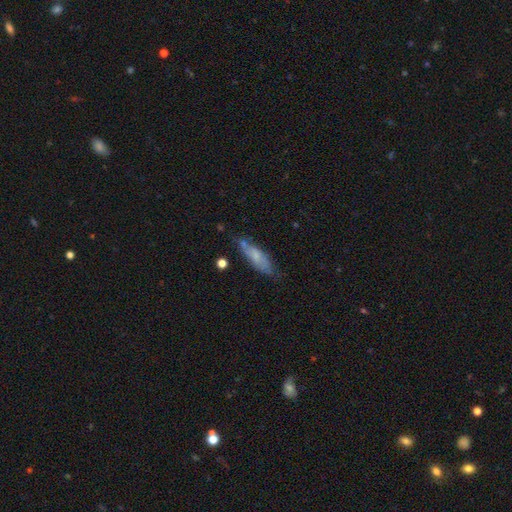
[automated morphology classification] A smooth galaxy with no disk features (61%) that is cigar-shaped (57%).

Vote fractions:
- Smooth or featured? smooth: 61% / featured or disk: 32% / star or artifact: 7%
- How rounded? cigar-shaped: 57% / in between: 40% / round: 2%
- Merging? none: 62% / minor disturbance: 26% / major disturbance: 7% / merger: 6%